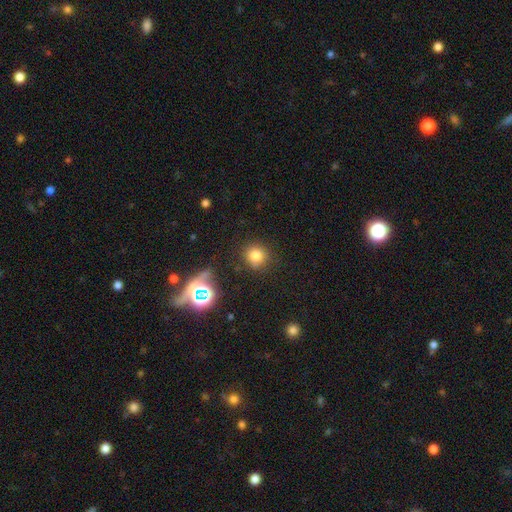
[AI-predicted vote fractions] Morphology: type=smooth (76%); roundness=round (89%); merging=none (82%).